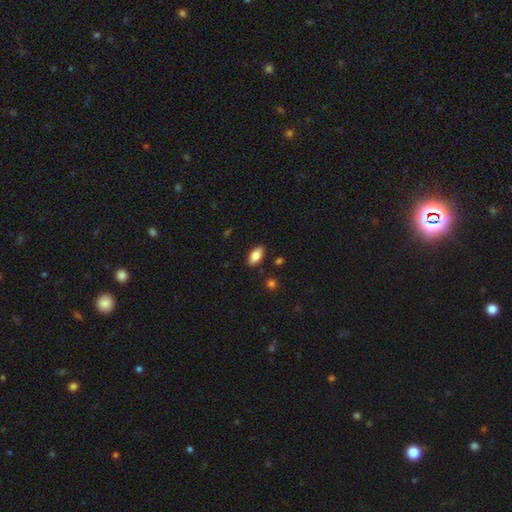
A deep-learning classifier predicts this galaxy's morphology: The model was most divided on "smooth or featured": smooth: 83%, featured or disk: 10%, star or artifact: 7%. More confident: how rounded — in between (90%); merging — none (88%).